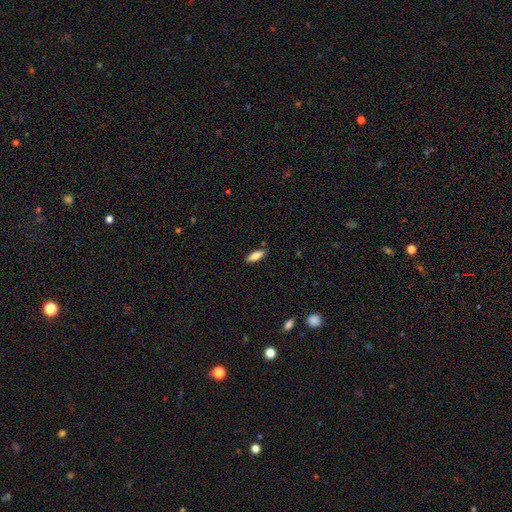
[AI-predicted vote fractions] A smooth galaxy with no disk features (80%) that is in between round and cigar-shaped (71%). Merging: none (87%).